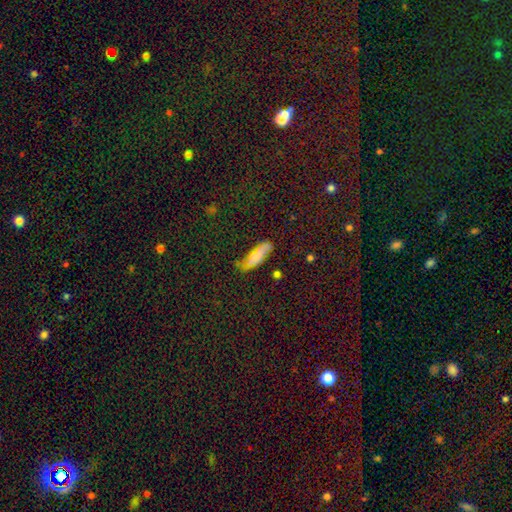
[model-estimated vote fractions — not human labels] Smooth or featured? Predicted: smooth (p=0.55). How rounded? Predicted: cigar-shaped (p=0.52). Merging? Predicted: none (p=0.69).